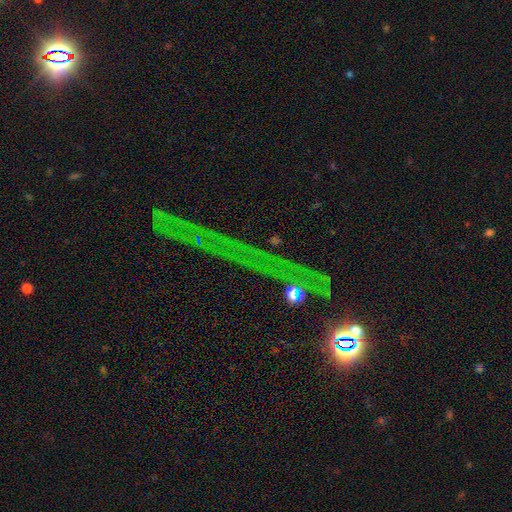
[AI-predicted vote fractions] The model was most divided on "smooth or featured": star or artifact: 80%, smooth: 10%, featured or disk: 10%.